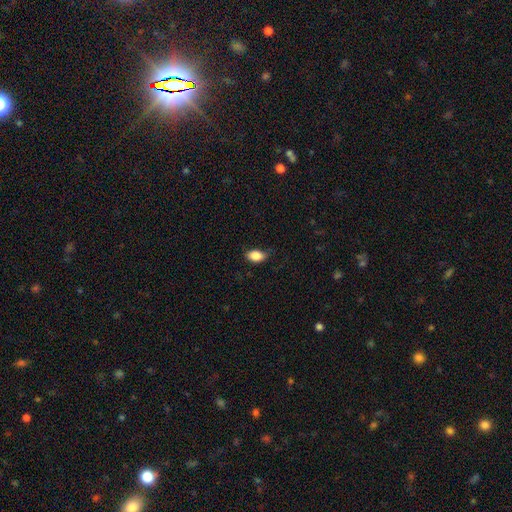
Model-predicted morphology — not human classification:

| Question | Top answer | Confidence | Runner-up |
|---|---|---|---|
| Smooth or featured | smooth | 87% | star or artifact (8%) |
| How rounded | in between | 89% | round (9%) |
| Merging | none | 74% | minor disturbance (21%) |